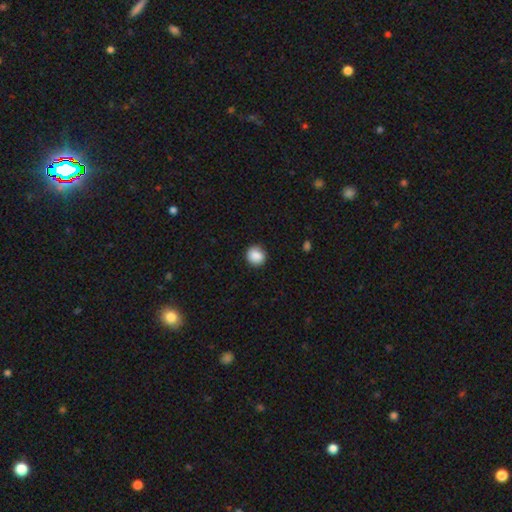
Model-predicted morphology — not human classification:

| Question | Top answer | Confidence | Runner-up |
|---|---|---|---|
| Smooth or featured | smooth | 88% | star or artifact (9%) |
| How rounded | round | 89% | in between (10%) |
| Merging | none | 89% | minor disturbance (8%) |